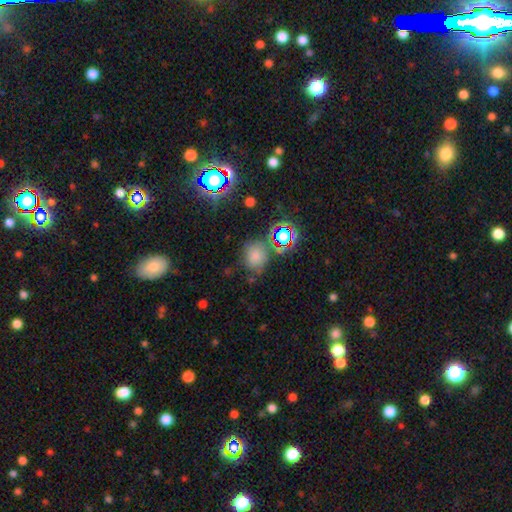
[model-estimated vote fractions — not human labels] Q: Smooth or featured?
A: smooth (65%); runner-up: star or artifact (26%)
Q: How rounded?
A: round (64%); runner-up: in between (35%)
Q: Merging?
A: none (63%); runner-up: minor disturbance (20%)